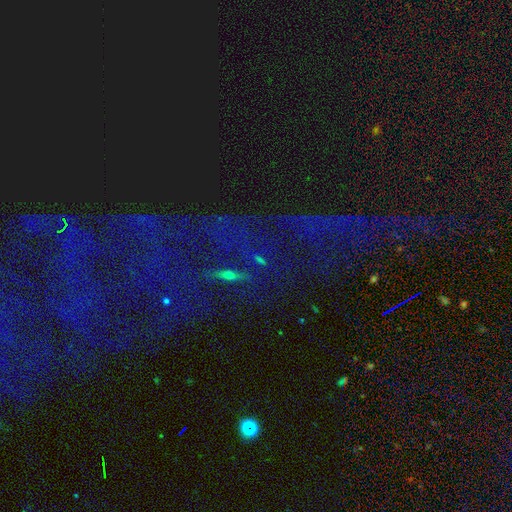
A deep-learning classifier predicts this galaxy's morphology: Smooth or featured? star or artifact (75%)